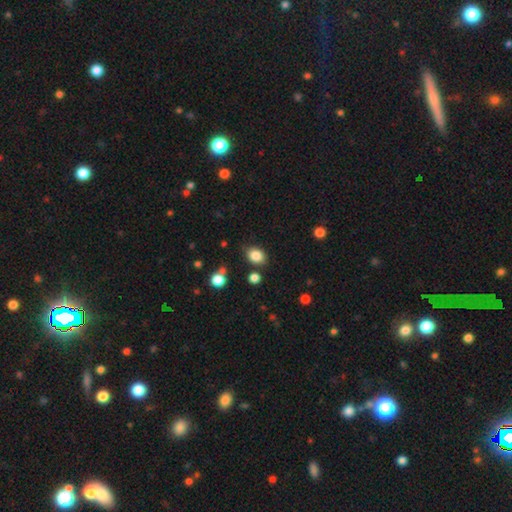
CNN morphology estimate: Smooth or featured? Predicted: smooth (p=0.85). How rounded? Predicted: in between (p=0.58). Merging? Predicted: none (p=0.80).